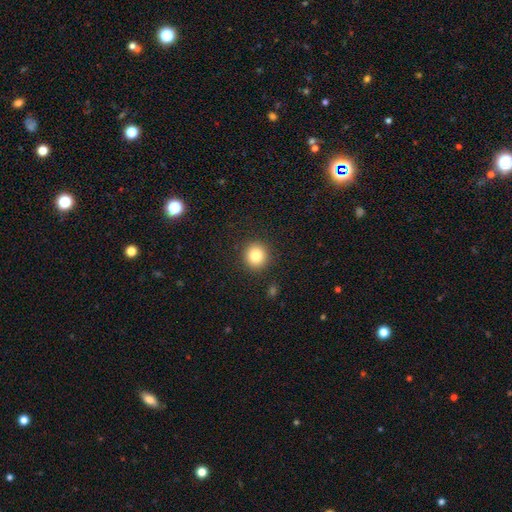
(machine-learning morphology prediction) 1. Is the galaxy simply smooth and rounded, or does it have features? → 82% smooth, 11% star or artifact, 7% featured or disk.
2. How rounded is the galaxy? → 93% round, 6% in between, 1% cigar-shaped.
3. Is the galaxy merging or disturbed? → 91% none, 5% minor disturbance, 2% major disturbance, 1% merger.